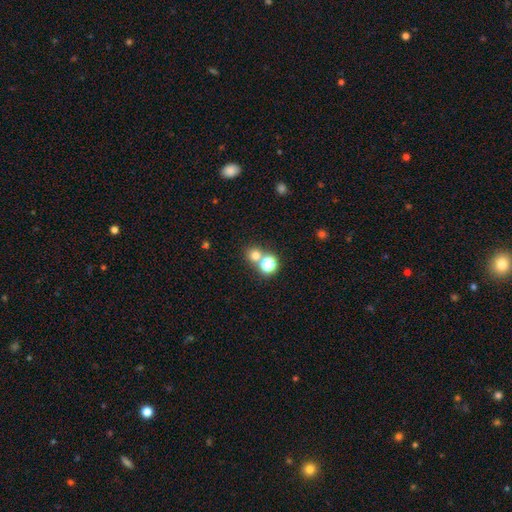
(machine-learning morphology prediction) Smooth or featured? smooth (70%)
How rounded? round (88%)
Merging? none (59%)